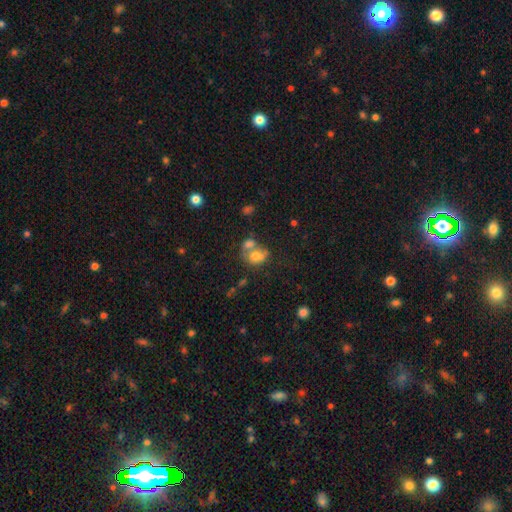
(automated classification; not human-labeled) Smooth or featured? smooth (64%)
How rounded? round (51%)
Merging? merger (58%)